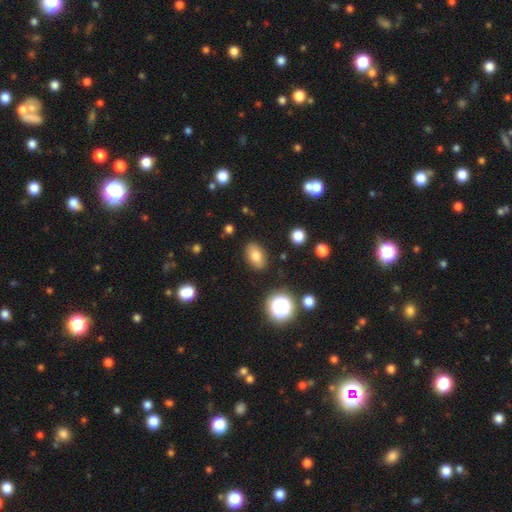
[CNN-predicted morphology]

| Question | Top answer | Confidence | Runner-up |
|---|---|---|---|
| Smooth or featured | smooth | 77% | featured or disk (12%) |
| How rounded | in between | 86% | round (11%) |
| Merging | none | 86% | minor disturbance (10%) |